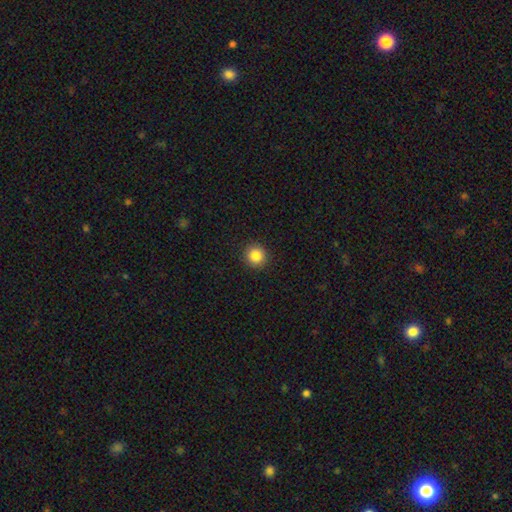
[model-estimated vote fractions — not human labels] Smooth or featured: smooth — 86% (star or artifact — 10%)
How rounded: round — 94% (in between — 5%)
Merging: none — 92% (minor disturbance — 5%)